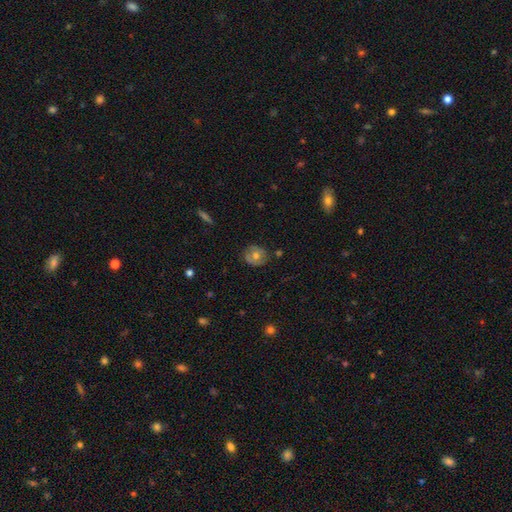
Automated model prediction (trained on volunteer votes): Smooth or featured? Predicted: smooth (p=0.57). How rounded? Predicted: round (p=0.79). Merging? Predicted: none (p=0.78).